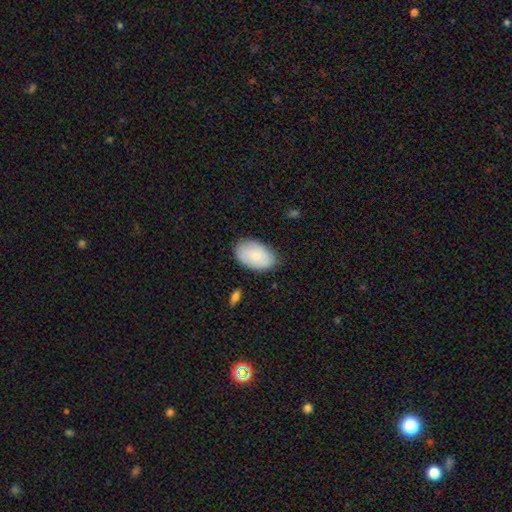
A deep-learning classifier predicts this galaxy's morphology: smooth 85%, featured or disk 9%, star or artifact 6%. Down the decision tree: how rounded — in between (93%); merging — none (80%).